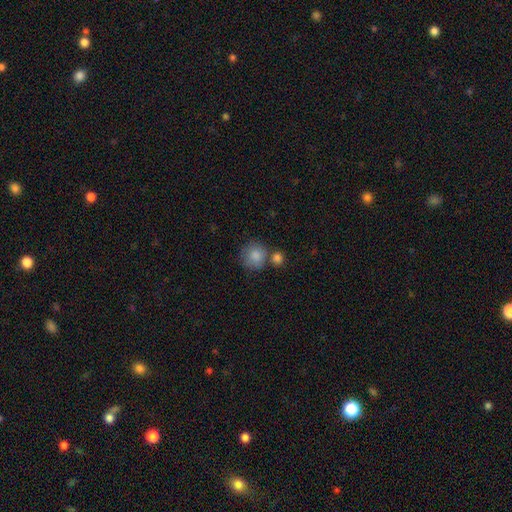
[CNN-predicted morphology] Smooth or featured? Predicted: smooth (p=0.85). How rounded? Predicted: round (p=0.88). Merging? Predicted: none (p=0.60).